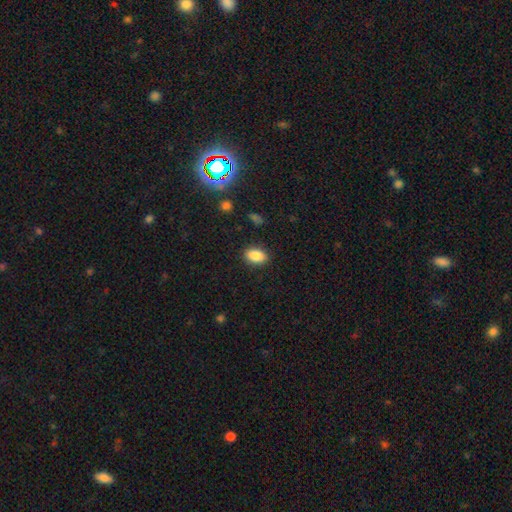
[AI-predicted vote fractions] Smooth or featured? smooth (87%)
How rounded? in between (89%)
Merging? none (87%)